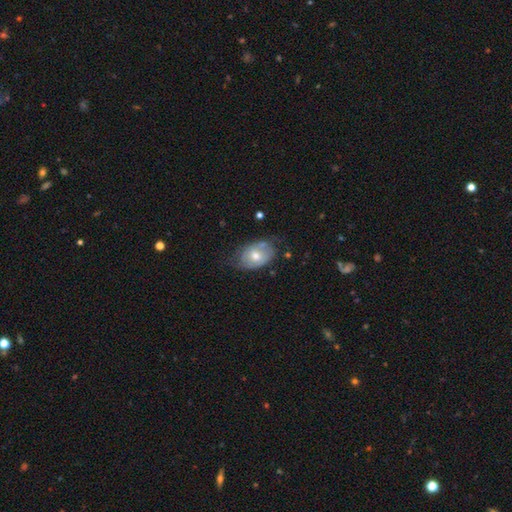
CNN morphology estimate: smooth_or_featured: smooth (p=0.57) [alt: featured or disk p=0.36]
how_rounded: in between (p=0.81) [alt: round p=0.17]
merging: none (p=0.53) [alt: minor disturbance p=0.31]